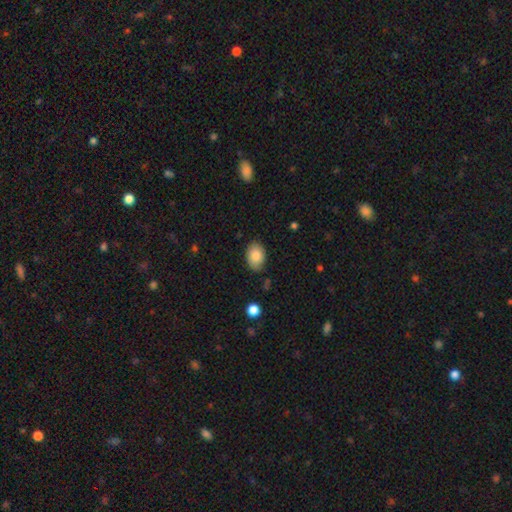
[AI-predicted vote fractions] Smooth or featured? Predicted: smooth (p=0.86). How rounded? Predicted: in between (p=0.85). Merging? Predicted: none (p=0.82).